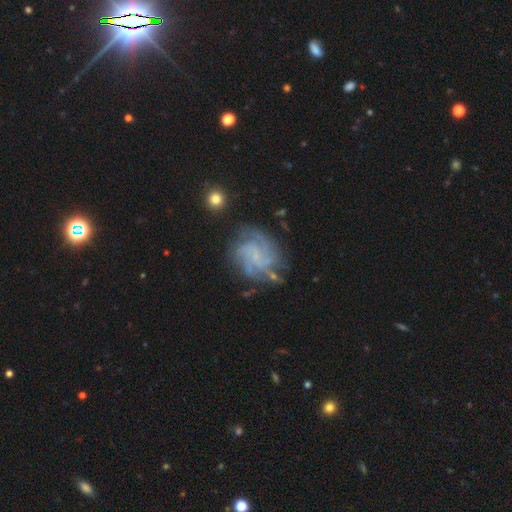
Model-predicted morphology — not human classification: Smooth or featured: featured or disk — 84% (smooth — 9%)
Edge-on disk: no — 98% (yes — 2%)
Bar: no — 60% (weak — 33%)
Spiral arms: yes — 96% (no — 4%)
Spiral winding: tight — 48% (medium — 40%)
Spiral arm count: 3 — 28% (can't tell — 22%)
Bulge size: small — 55% (none — 34%)
Merging: none — 71% (minor disturbance — 17%)